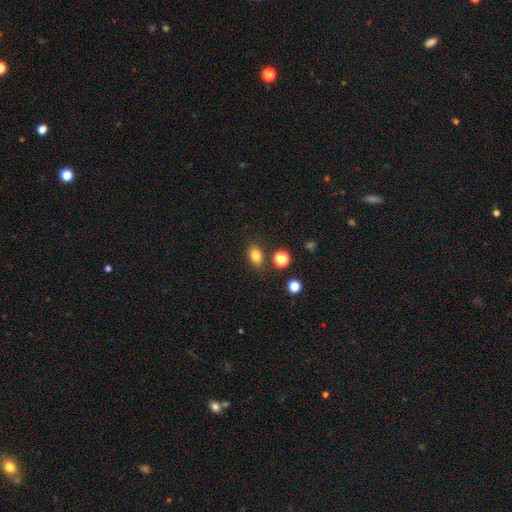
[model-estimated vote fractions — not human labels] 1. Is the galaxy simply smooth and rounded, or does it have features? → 82% smooth, 12% star or artifact, 7% featured or disk.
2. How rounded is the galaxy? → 74% in between, 25% round, 2% cigar-shaped.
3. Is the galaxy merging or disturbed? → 77% none, 13% minor disturbance, 6% merger, 4% major disturbance.